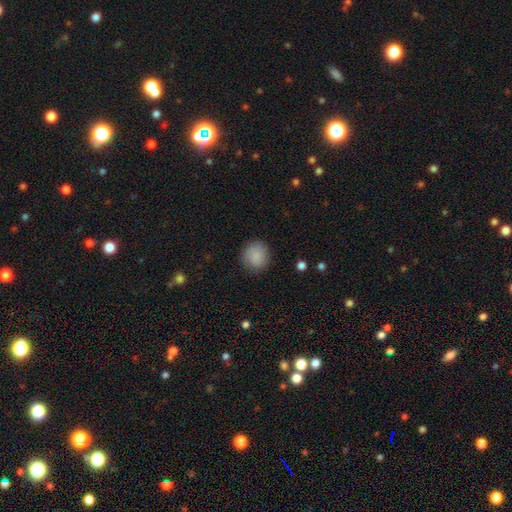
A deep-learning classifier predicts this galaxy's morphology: smooth 88%, star or artifact 8%, featured or disk 4%. Down the decision tree: how rounded — round (87%); merging — none (84%).